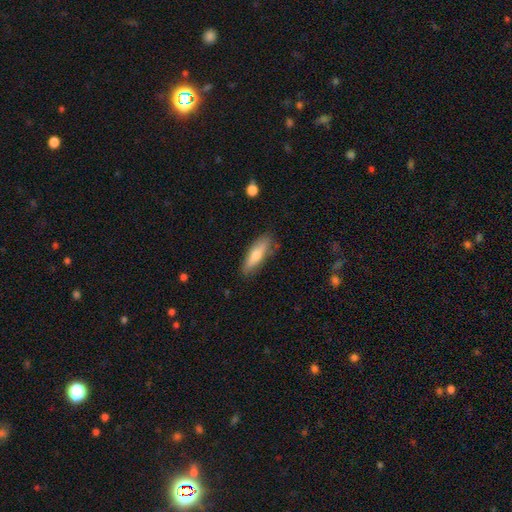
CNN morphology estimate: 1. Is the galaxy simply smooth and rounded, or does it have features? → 65% smooth, 29% featured or disk, 6% star or artifact.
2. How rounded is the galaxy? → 61% cigar-shaped, 37% in between, 2% round.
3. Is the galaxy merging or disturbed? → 79% none, 16% minor disturbance, 3% major disturbance, 2% merger.